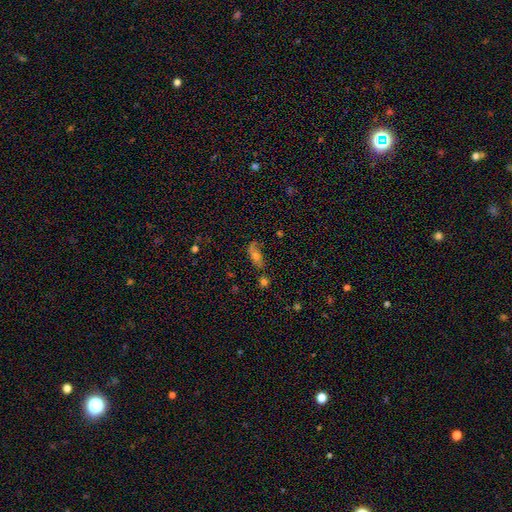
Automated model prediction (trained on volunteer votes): This is possibly a smooth galaxy (55%). How rounded: likely in between (74%). Merging: possibly none (52%).